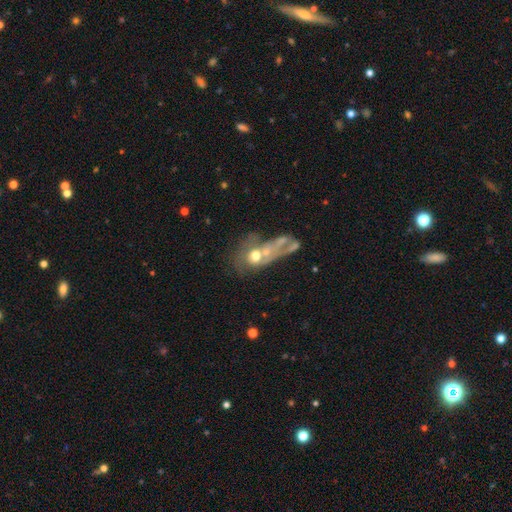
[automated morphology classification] Smooth or featured?
  - featured or disk: 49% *
  - smooth: 40%
  - star or artifact: 11%
Merging?
  - merger: 54% *
  - major disturbance: 23%
  - none: 14%
  - minor disturbance: 9%